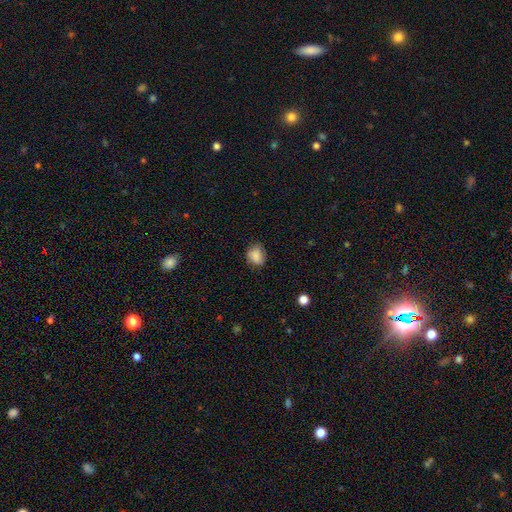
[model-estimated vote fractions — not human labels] Smooth or featured? smooth (83%)
How rounded? round (57%)
Merging? none (71%)